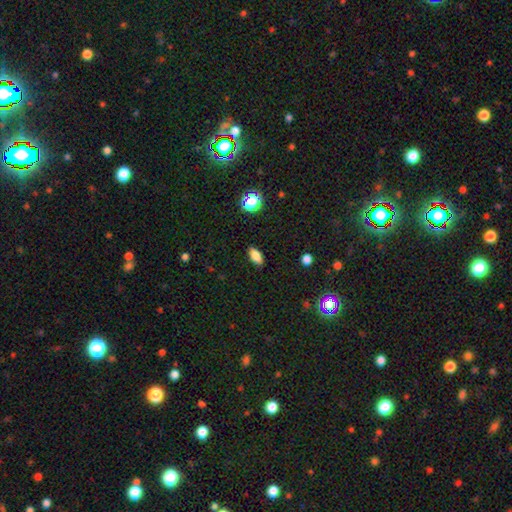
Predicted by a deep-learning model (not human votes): This is clearly a smooth galaxy (82%). How rounded: clearly in between (88%). Merging: clearly none (88%).